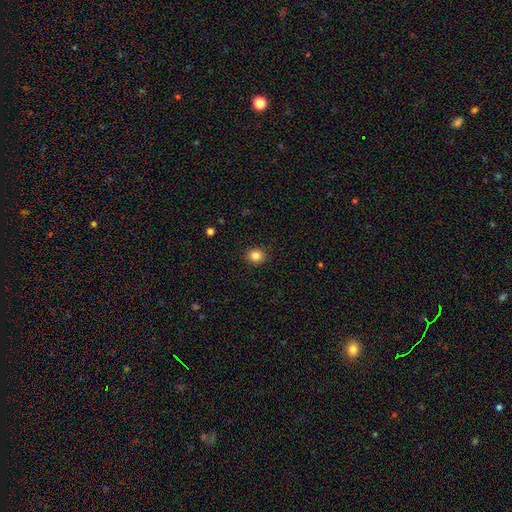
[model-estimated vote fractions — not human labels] Smooth or featured: smooth — 84% (star or artifact — 11%)
How rounded: round — 81% (in between — 19%)
Merging: none — 91% (minor disturbance — 6%)